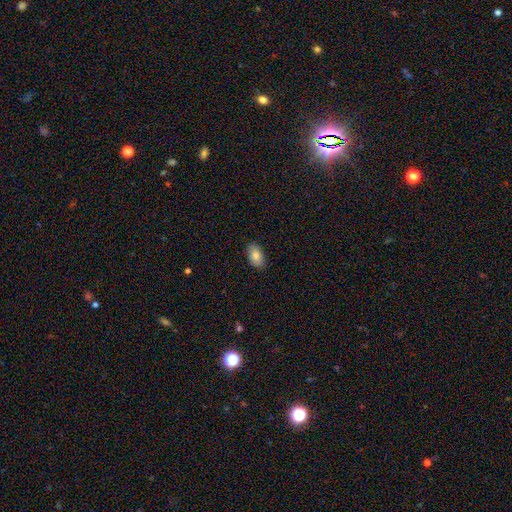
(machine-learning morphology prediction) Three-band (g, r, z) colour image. It shows a smooth galaxy with no disk features (83%) that is in between round and cigar-shaped (92%). Merging: none (87%).